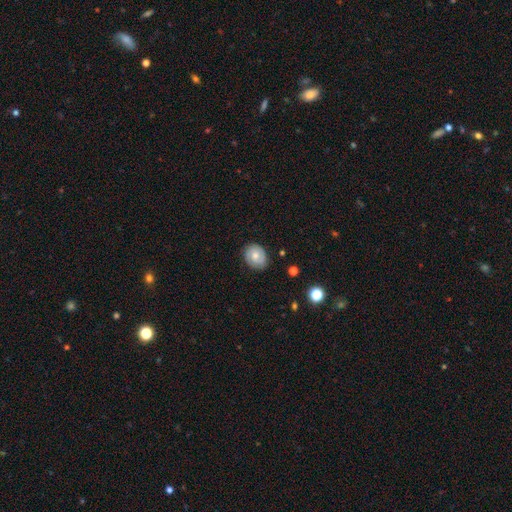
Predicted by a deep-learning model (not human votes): smooth-or-featured: smooth: 53% | featured or disk: 38% | star or artifact: 8%
  how-rounded: round: 58% | in between: 41% | cigar-shaped: 1%
  merging: none: 81% | minor disturbance: 14% | major disturbance: 3% | merger: 1%